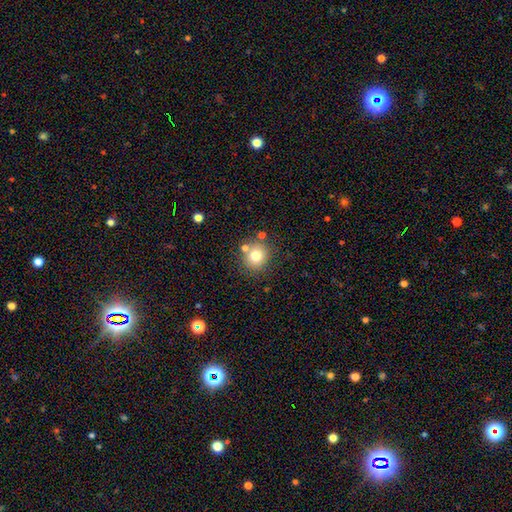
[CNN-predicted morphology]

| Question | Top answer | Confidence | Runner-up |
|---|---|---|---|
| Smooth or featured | smooth | 76% | star or artifact (12%) |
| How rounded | round | 88% | in between (11%) |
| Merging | none | 75% | merger (11%) |